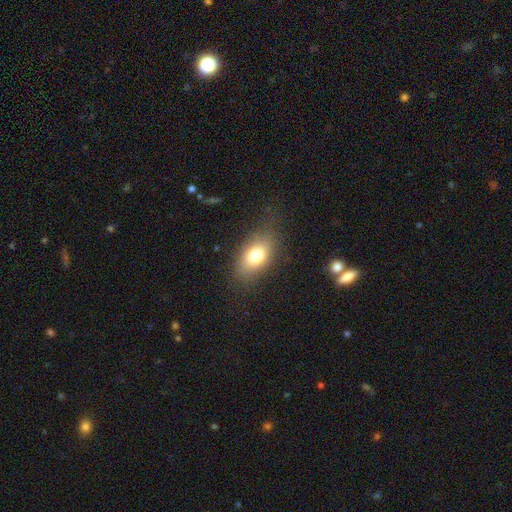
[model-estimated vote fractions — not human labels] Smooth or featured?
  - smooth: 75% *
  - featured or disk: 15%
  - star or artifact: 10%
How rounded?
  - in between: 84% *
  - round: 13%
  - cigar-shaped: 3%
Merging?
  - none: 78% *
  - minor disturbance: 15%
  - major disturbance: 6%
  - merger: 1%